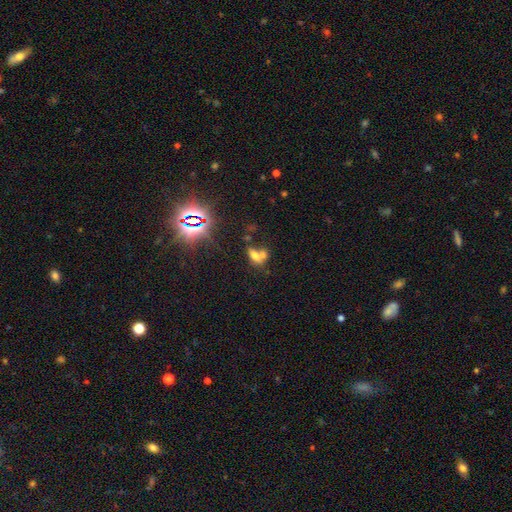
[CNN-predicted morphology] smooth-or-featured: smooth: 58% | star or artifact: 21% | featured or disk: 21%
  how-rounded: in between: 78% | round: 18% | cigar-shaped: 5%
  merging: merger: 59% | none: 26% | minor disturbance: 9% | major disturbance: 6%